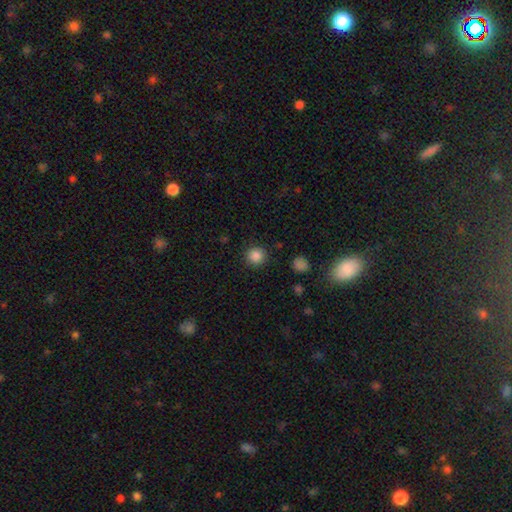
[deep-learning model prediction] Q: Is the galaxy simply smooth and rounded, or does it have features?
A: smooth — 85%.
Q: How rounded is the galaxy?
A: round — 94%.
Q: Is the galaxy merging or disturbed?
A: none — 90%.